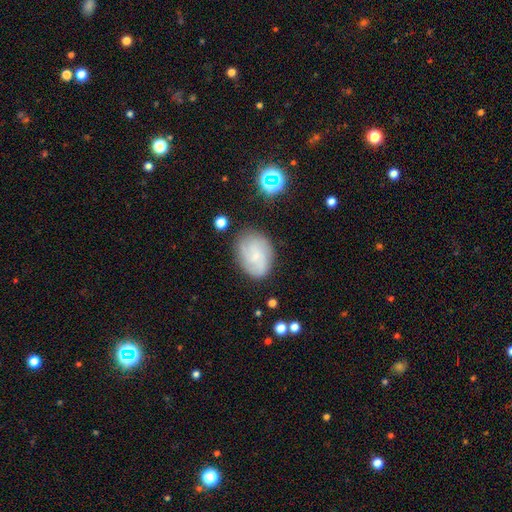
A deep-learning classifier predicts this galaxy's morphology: Smooth or featured? featured or disk (55%)
Edge-on disk? no (97%)
Bar? no (67%)
Spiral arms? yes (88%)
Bulge size? small (71%)
Merging? none (74%)